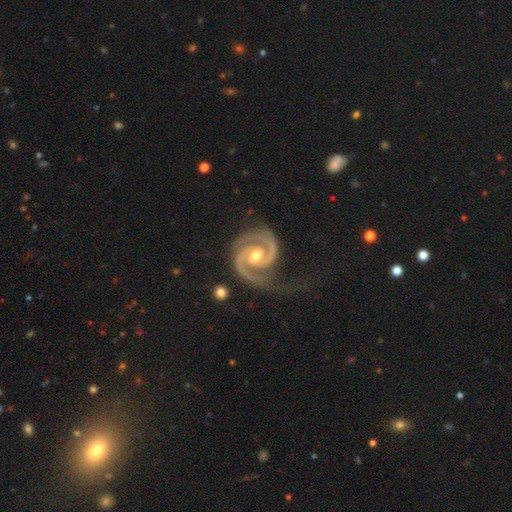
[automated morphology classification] smooth_or_featured: featured or disk (p=0.94) [alt: star or artifact p=0.03]
disk_edge_on: no (p=0.98) [alt: yes p=0.02]
bar: weak (p=0.39) [alt: no p=0.36]
has_spiral_arms: yes (p=0.99) [alt: no p=0.01]
spiral_winding: tight (p=0.55) [alt: medium p=0.39]
spiral_arm_count: 2 (p=0.92) [alt: 3 p=0.02]
bulge_size: moderate (p=0.71) [alt: small p=0.24]
merging: none (p=0.62) [alt: minor disturbance p=0.22]